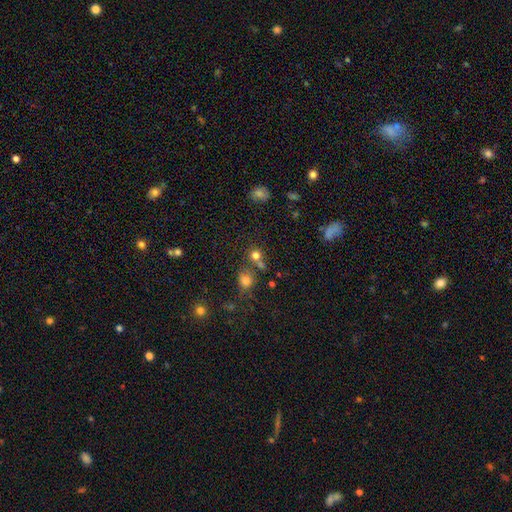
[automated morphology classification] Smooth or featured? Predicted: smooth (p=0.75). How rounded? Predicted: round (p=0.85). Merging? Predicted: none (p=0.58).